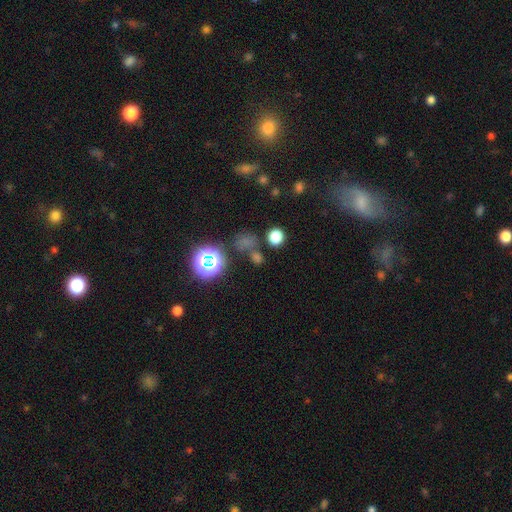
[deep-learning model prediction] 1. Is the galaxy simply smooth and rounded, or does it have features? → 47% smooth, 45% star or artifact, 8% featured or disk.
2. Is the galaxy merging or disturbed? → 66% none, 18% merger, 10% minor disturbance, 6% major disturbance.